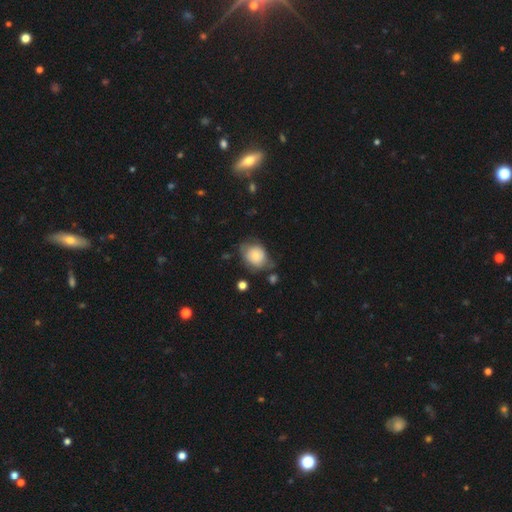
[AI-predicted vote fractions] smooth 65%, featured or disk 27%, star or artifact 8%. Down the decision tree: how rounded — round (60%); merging — none (49%).